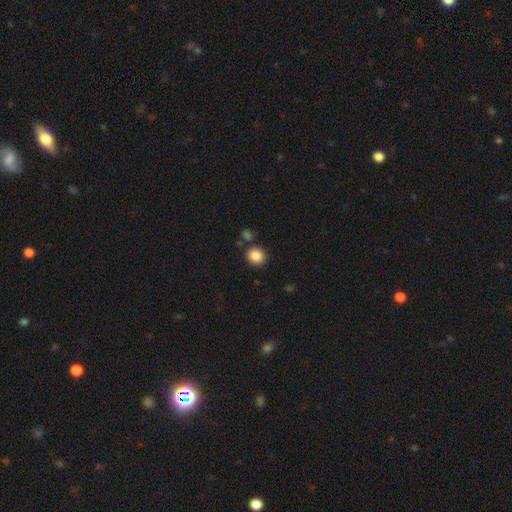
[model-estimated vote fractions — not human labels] This appears to be a smooth galaxy with no disk features (87%) that is round (87%). Merging: none (82%).